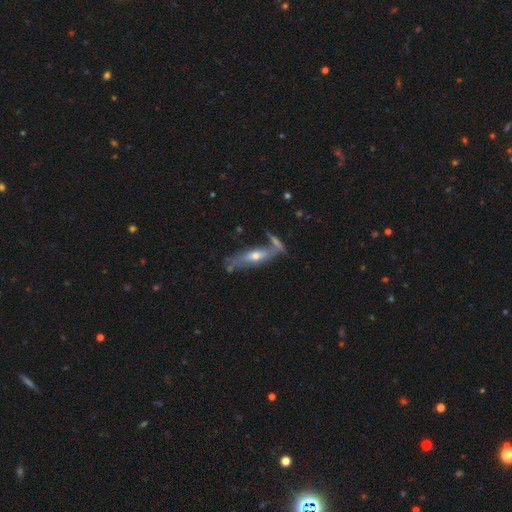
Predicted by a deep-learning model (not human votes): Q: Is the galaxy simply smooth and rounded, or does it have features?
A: featured or disk — 60%.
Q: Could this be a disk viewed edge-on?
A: yes — 54%.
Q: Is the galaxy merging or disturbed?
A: none — 53%.